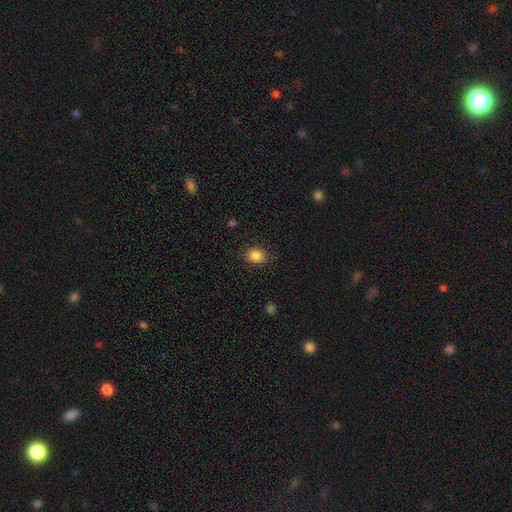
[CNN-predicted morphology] Smooth or featured? Predicted: smooth (p=0.87). How rounded? Predicted: round (p=0.51). Merging? Predicted: none (p=0.86).